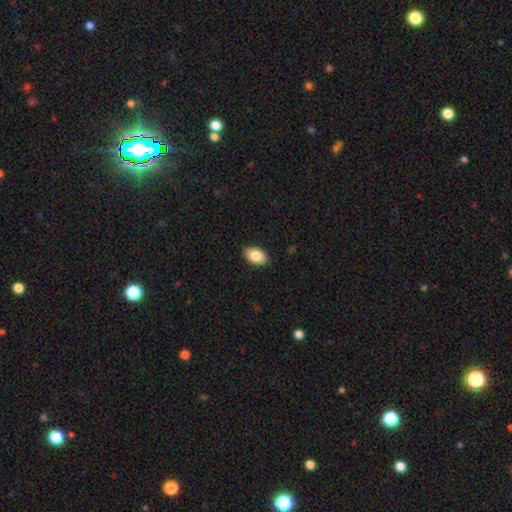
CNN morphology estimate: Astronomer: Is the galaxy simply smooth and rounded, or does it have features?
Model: smooth — 85%.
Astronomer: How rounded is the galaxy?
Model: in between — 87%.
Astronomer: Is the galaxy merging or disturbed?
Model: none — 86%.